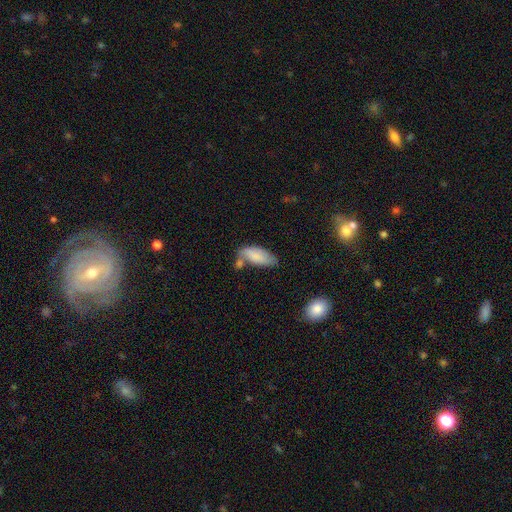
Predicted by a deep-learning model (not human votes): This is likely a smooth galaxy (79%). How rounded: clearly in between (83%). Merging: marginally none (41%).